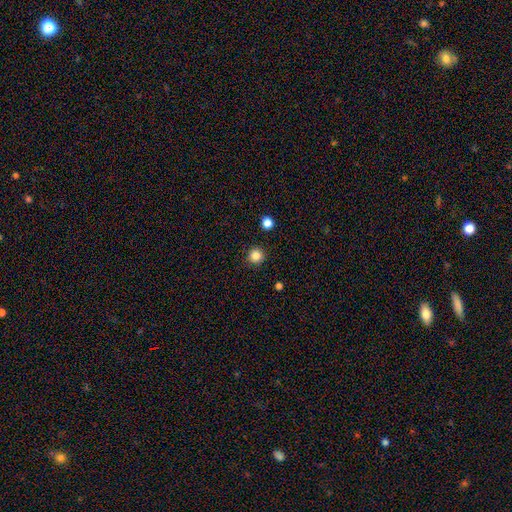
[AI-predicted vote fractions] Overall: smooth (85%). How rounded: round (95%). Merging: none (92%).